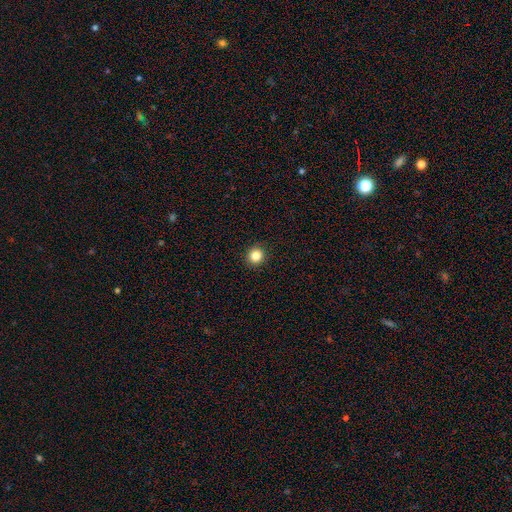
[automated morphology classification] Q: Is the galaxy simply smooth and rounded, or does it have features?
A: smooth — 84%.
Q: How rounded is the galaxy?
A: round — 90%.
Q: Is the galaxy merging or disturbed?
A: none — 92%.